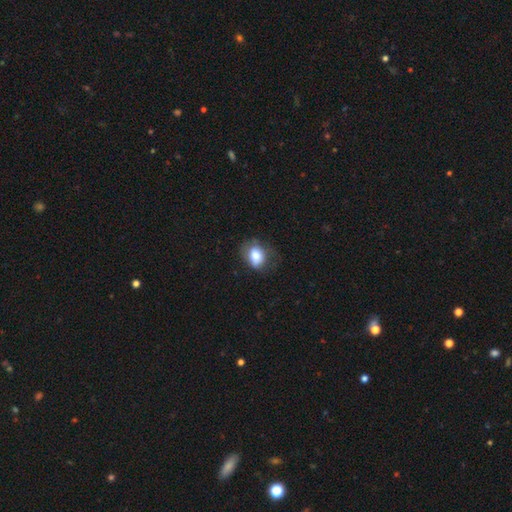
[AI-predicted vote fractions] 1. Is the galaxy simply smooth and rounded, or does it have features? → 74% smooth, 17% featured or disk, 9% star or artifact.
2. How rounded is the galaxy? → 67% in between, 32% round, 1% cigar-shaped.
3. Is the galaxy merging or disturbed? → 57% none, 28% minor disturbance, 13% major disturbance, 2% merger.